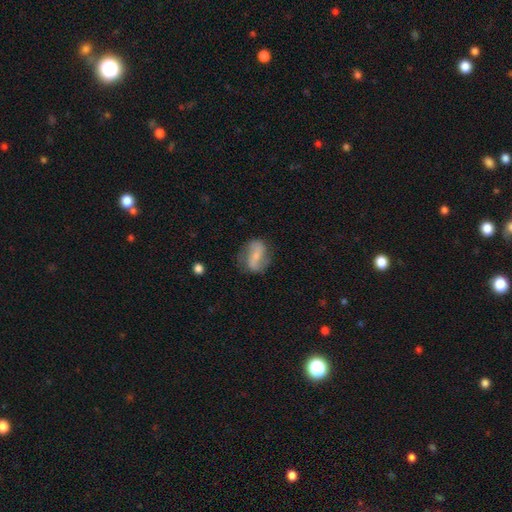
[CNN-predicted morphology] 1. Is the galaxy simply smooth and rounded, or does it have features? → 66% featured or disk, 27% smooth, 7% star or artifact.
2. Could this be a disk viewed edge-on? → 96% no, 4% yes.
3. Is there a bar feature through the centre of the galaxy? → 39% strong, 36% weak, 25% no.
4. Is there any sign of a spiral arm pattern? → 86% yes, 14% no.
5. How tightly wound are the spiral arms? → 46% loose, 38% medium, 16% tight.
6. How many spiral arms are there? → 88% 2, 6% can't tell, 3% 1, 1% 3, 1% 4, 1% more than 4.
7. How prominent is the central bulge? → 52% small, 33% moderate, 11% none, 3% large, 1% dominant.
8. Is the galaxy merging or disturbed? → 70% none, 20% minor disturbance, 8% major disturbance, 2% merger.